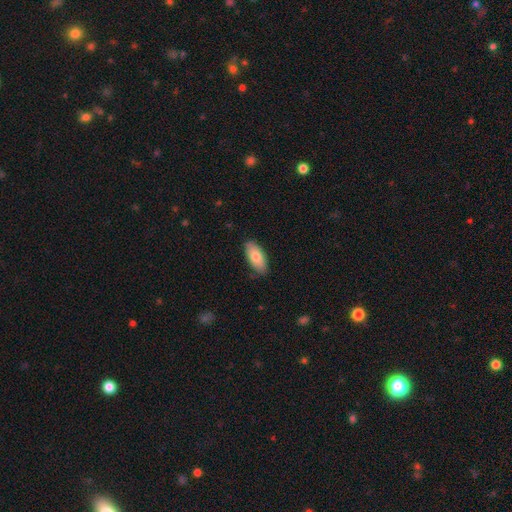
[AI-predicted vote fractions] smooth-or-featured: smooth: 79% | featured or disk: 15% | star or artifact: 6%
  how-rounded: in between: 89% | cigar-shaped: 9% | round: 2%
  merging: none: 85% | minor disturbance: 12% | major disturbance: 2% | merger: 1%